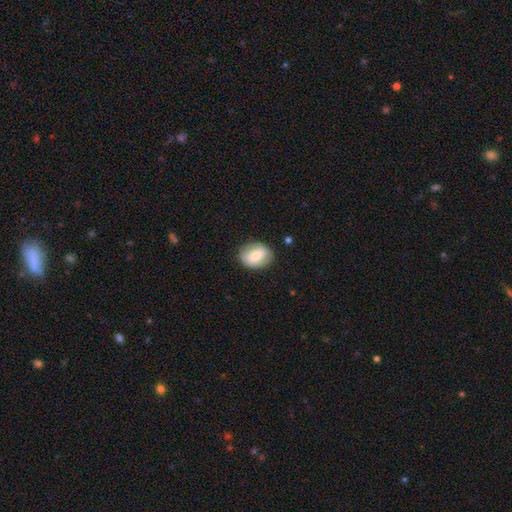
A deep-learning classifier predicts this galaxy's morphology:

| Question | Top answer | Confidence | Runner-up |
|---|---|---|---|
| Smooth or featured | smooth | 66% | featured or disk (27%) |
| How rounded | in between | 59% | round (40%) |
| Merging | none | 83% | minor disturbance (12%) |